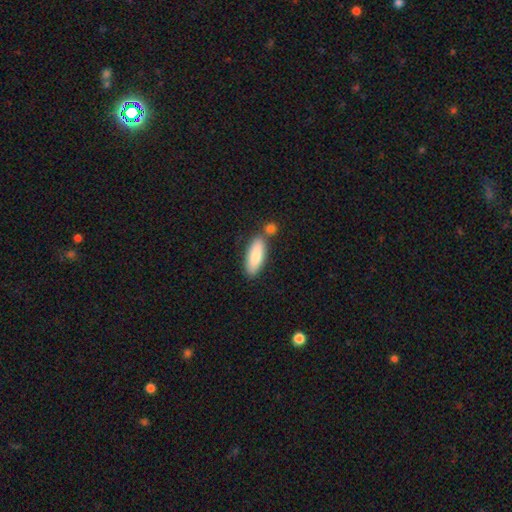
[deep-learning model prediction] Smooth or featured?
  - smooth: 83% *
  - featured or disk: 11%
  - star or artifact: 6%
How rounded?
  - in between: 69% *
  - cigar-shaped: 29%
  - round: 2%
Merging?
  - none: 69% *
  - merger: 16%
  - minor disturbance: 12%
  - major disturbance: 3%